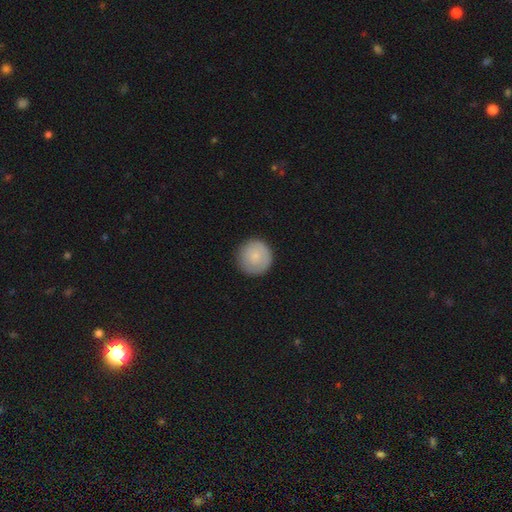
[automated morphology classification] Smooth or featured? Predicted: smooth (p=0.81). How rounded? Predicted: round (p=0.96). Merging? Predicted: none (p=0.88).